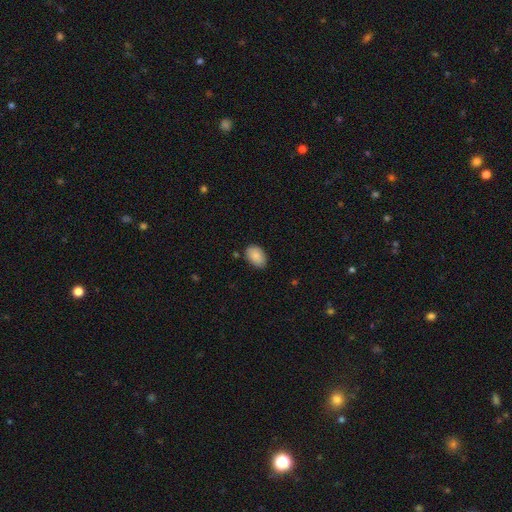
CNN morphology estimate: Smooth or featured: smooth — 87% (star or artifact — 7%)
How rounded: in between — 89% (round — 10%)
Merging: none — 81% (minor disturbance — 15%)